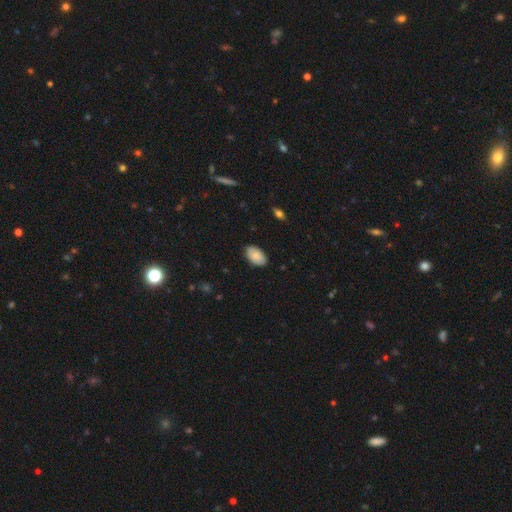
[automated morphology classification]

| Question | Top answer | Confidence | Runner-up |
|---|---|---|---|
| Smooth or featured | smooth | 87% | featured or disk (7%) |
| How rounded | in between | 95% | round (4%) |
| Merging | none | 87% | minor disturbance (10%) |